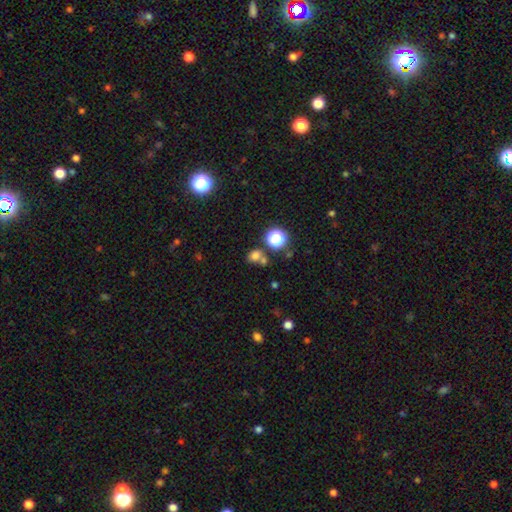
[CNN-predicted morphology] This appears to be a smooth galaxy with no disk features (70%) that is round (66%). Merging: none (58%).